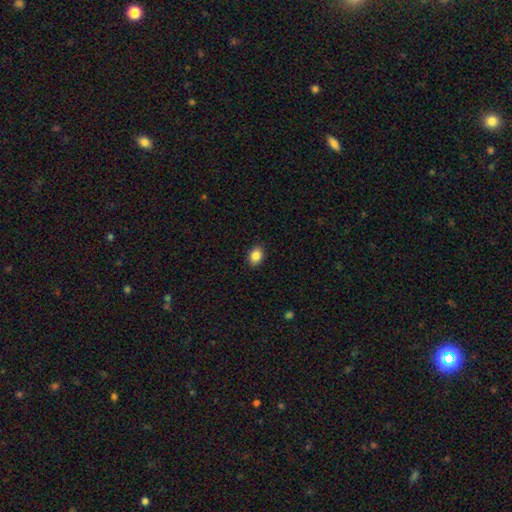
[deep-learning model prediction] Smooth or featured?
  - smooth: 86% *
  - star or artifact: 9%
  - featured or disk: 5%
How rounded?
  - in between: 68% *
  - round: 31%
  - cigar-shaped: 1%
Merging?
  - none: 89% *
  - minor disturbance: 8%
  - major disturbance: 2%
  - merger: 1%